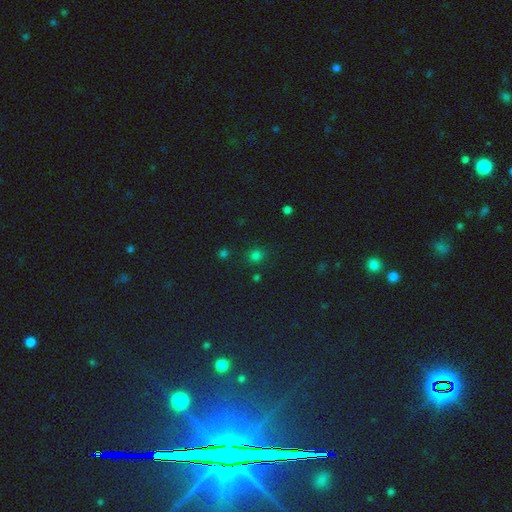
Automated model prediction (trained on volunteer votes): Morphology: type=smooth (74%); roundness=round (83%); merging=none (82%).